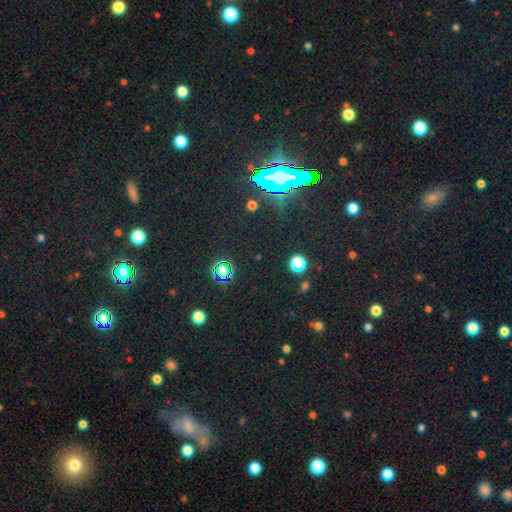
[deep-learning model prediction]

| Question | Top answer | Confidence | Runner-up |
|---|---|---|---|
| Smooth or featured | star or artifact | 81% | smooth (12%) |